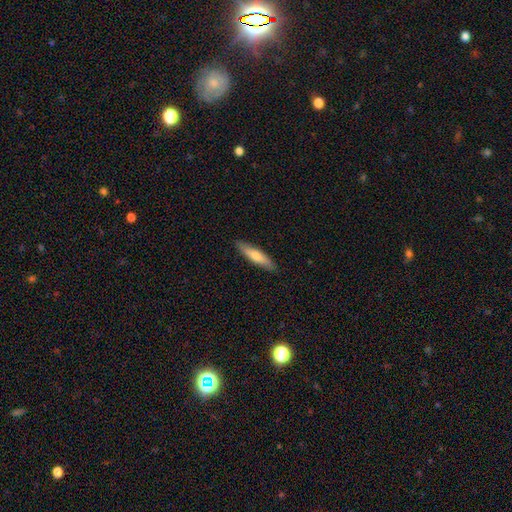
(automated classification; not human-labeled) smooth 63%, featured or disk 31%, star or artifact 6%. Down the decision tree: how rounded — cigar-shaped (79%); merging — none (89%).